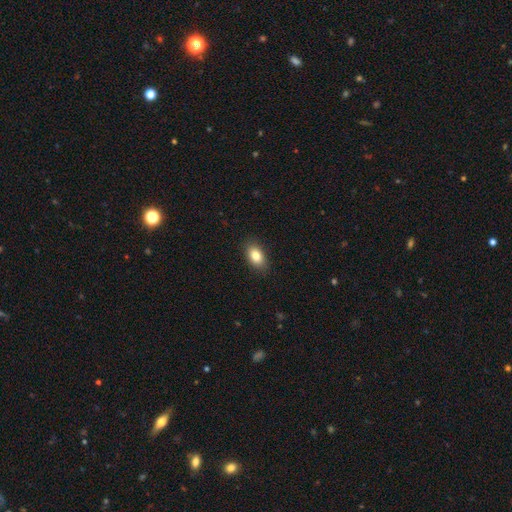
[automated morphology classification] Overall: smooth (83%). How rounded: in between (87%). Merging: none (88%).